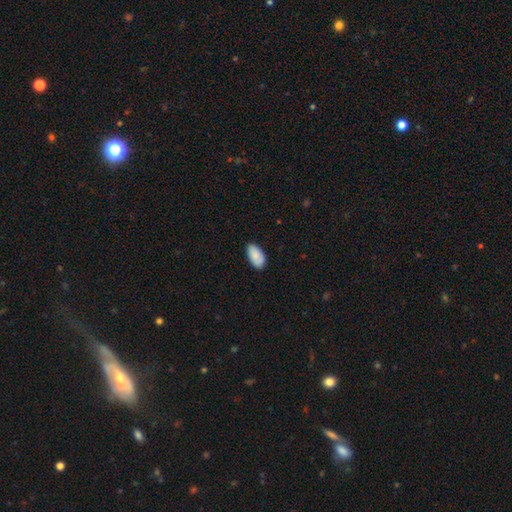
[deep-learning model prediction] A smooth galaxy with no disk features (85%) that is in between round and cigar-shaped (95%). Merging: none (82%).